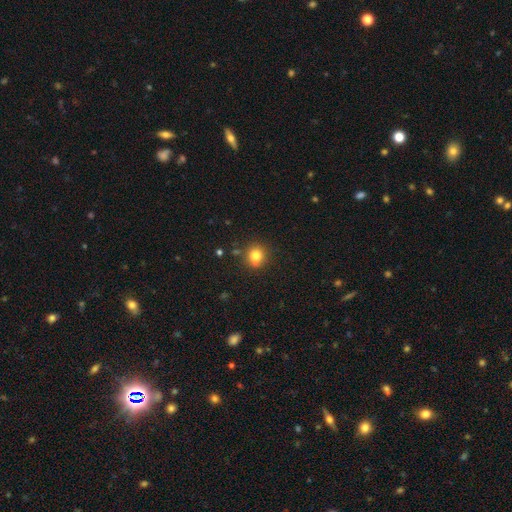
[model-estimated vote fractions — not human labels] Smooth or featured? smooth (79%)
How rounded? round (85%)
Merging? none (77%)